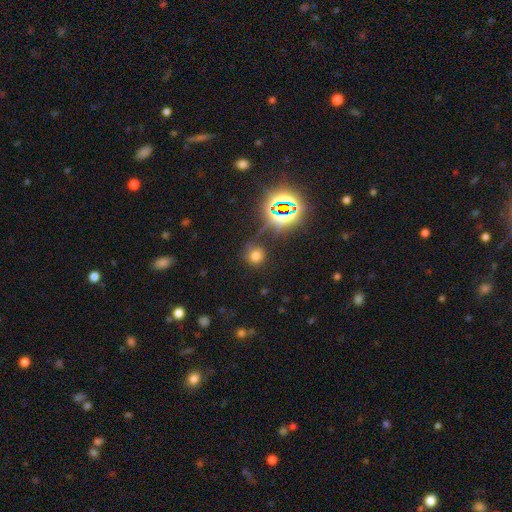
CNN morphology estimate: smooth 62%, star or artifact 30%, featured or disk 7%. Down the decision tree: how rounded — round (86%); merging — none (77%).